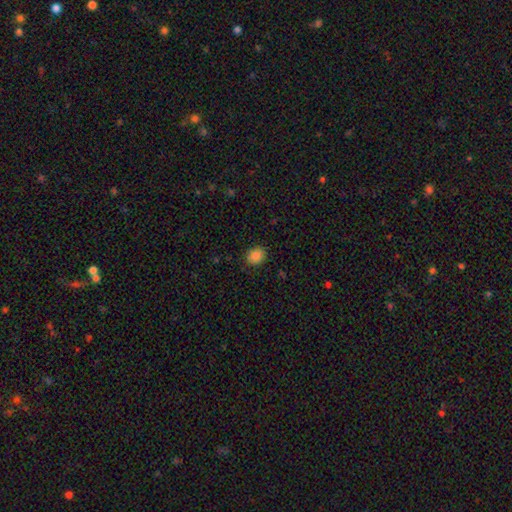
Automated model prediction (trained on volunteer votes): smooth-or-featured: smooth: 87% | star or artifact: 9% | featured or disk: 4%
  how-rounded: round: 60% | in between: 39% | cigar-shaped: 1%
  merging: none: 88% | minor disturbance: 9% | major disturbance: 2% | merger: 1%